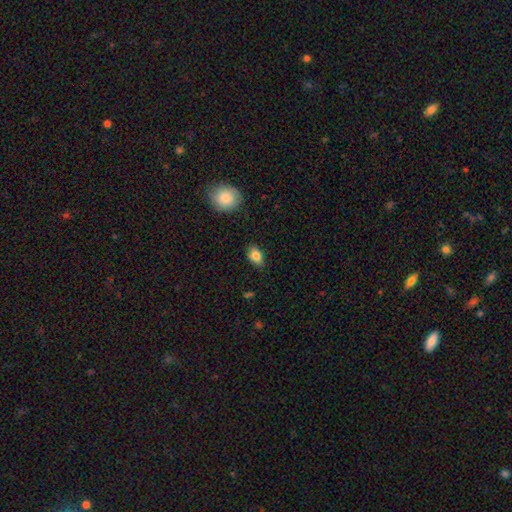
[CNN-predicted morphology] Q: Smooth or featured?
A: smooth (83%); runner-up: star or artifact (8%)
Q: How rounded?
A: in between (82%); runner-up: round (15%)
Q: Merging?
A: none (81%); runner-up: minor disturbance (15%)